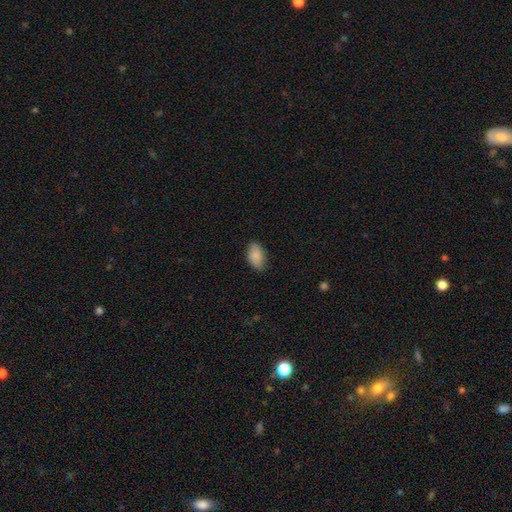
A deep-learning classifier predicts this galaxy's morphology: Overall: smooth (88%). How rounded: in between (93%). Merging: none (82%).